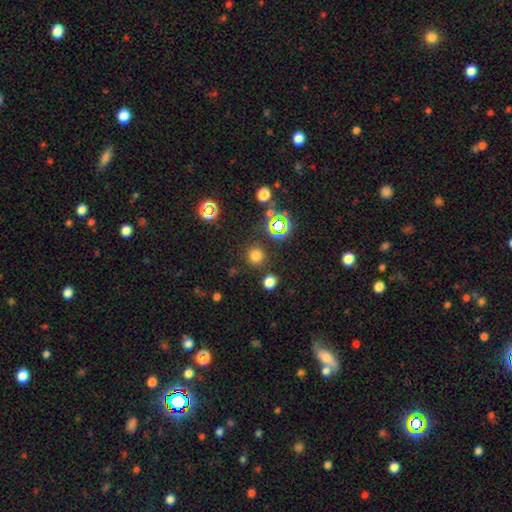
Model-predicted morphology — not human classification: Overall: smooth (70%). How rounded: round (93%). Merging: none (85%).